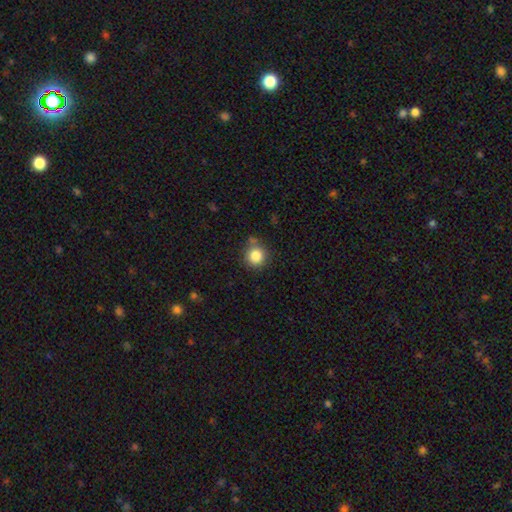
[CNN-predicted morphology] smooth_or_featured: smooth (p=0.84) [alt: star or artifact p=0.11]
how_rounded: round (p=0.92) [alt: in between p=0.07]
merging: none (p=0.79) [alt: minor disturbance p=0.12]